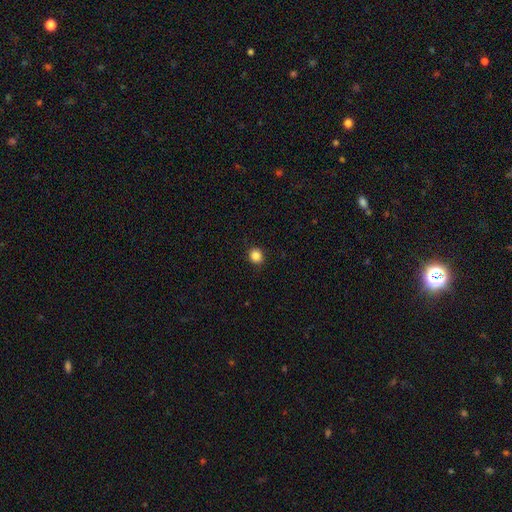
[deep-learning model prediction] Smooth or featured: smooth — 86% (star or artifact — 11%)
How rounded: round — 85% (in between — 14%)
Merging: none — 91% (minor disturbance — 6%)